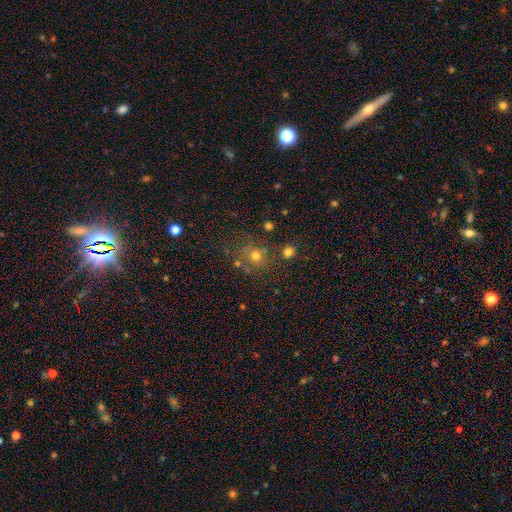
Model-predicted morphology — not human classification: smooth_or_featured: smooth (p=0.64) [alt: star or artifact p=0.24]
how_rounded: round (p=0.84) [alt: in between p=0.15]
merging: none (p=0.67) [alt: merger p=0.13]